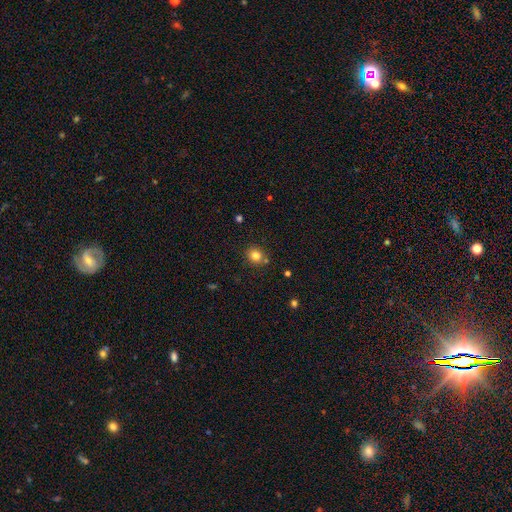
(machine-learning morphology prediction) The model was most divided on "how rounded": round: 81%, in between: 18%, cigar-shaped: 1%. More confident: smooth or featured — smooth (80%); merging — none (80%).